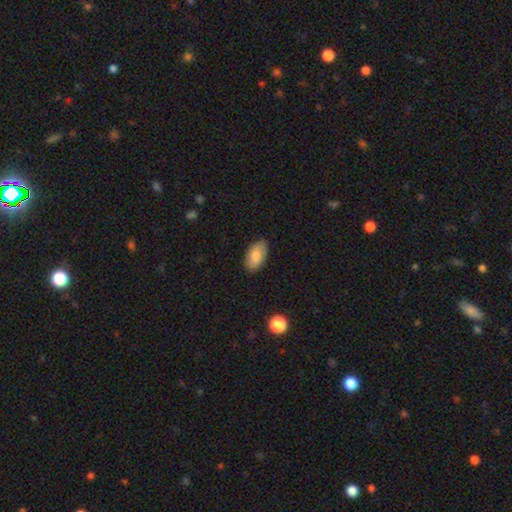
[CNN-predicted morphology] Q: Smooth or featured?
A: smooth (85%); runner-up: featured or disk (8%)
Q: How rounded?
A: in between (94%); runner-up: round (3%)
Q: Merging?
A: none (85%); runner-up: minor disturbance (12%)